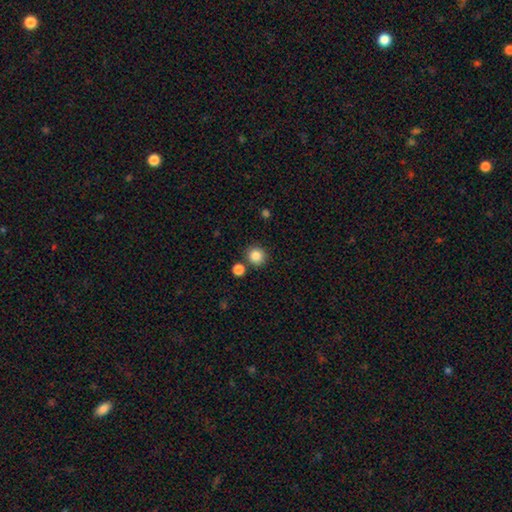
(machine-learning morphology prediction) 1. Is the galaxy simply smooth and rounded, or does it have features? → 86% smooth, 10% star or artifact, 4% featured or disk.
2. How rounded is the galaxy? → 92% round, 7% in between, 1% cigar-shaped.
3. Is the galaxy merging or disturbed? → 81% none, 9% merger, 7% minor disturbance, 3% major disturbance.